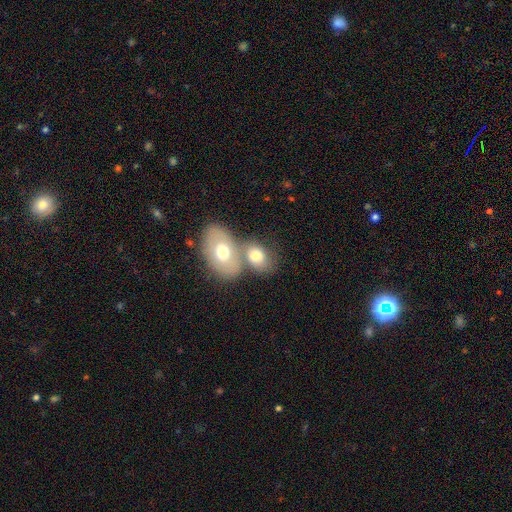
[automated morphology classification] A smooth galaxy with no disk features (67%) that is in between round and cigar-shaped (76%). Merging: merger (55%).